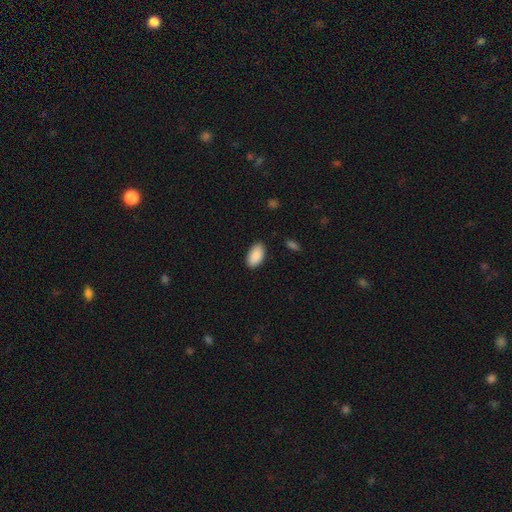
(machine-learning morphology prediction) This appears to be a smooth galaxy with no disk features (91%) that is in between round and cigar-shaped (95%). Merging: none (87%).